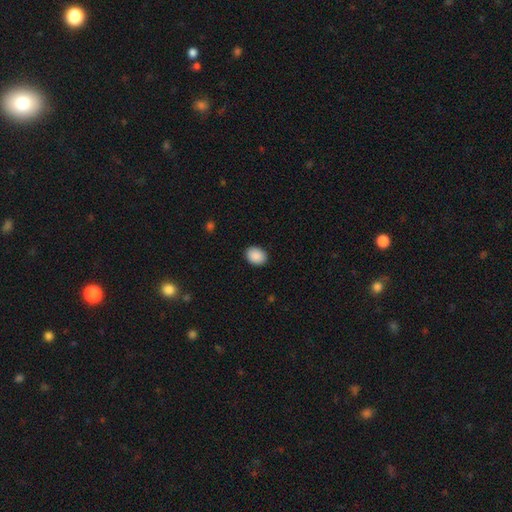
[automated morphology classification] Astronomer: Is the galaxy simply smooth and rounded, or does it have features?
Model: smooth — 90%.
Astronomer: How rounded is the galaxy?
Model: in between — 61% (runner-up: round, 38%).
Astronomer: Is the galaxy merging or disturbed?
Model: none — 90%.